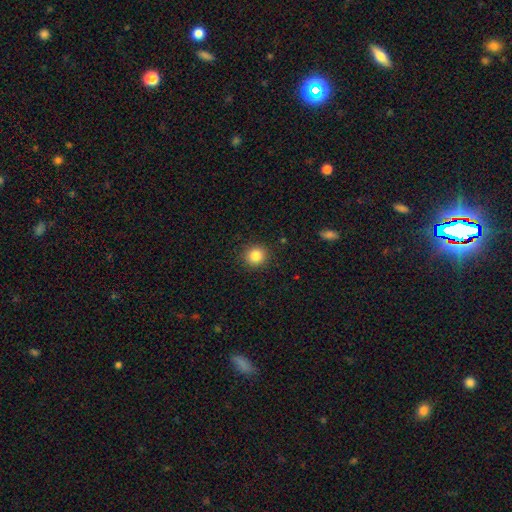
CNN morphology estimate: Smooth or featured? Predicted: smooth (p=0.84). How rounded? Predicted: round (p=0.91). Merging? Predicted: none (p=0.91).